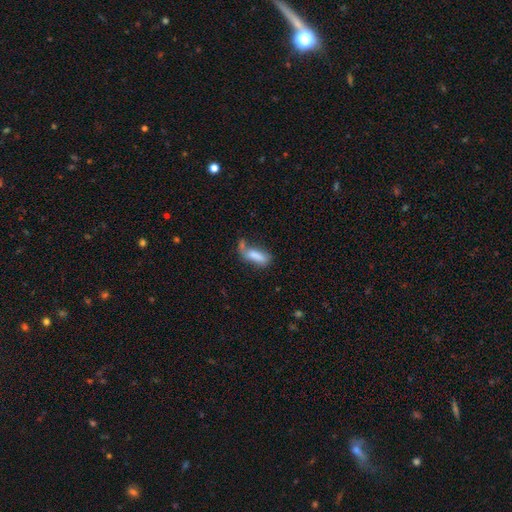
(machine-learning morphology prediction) The model was most divided on "merging": none: 34%, minor disturbance: 24%, merger: 23%, major disturbance: 18%. More confident: smooth or featured — smooth (75%); how rounded — in between (62%).